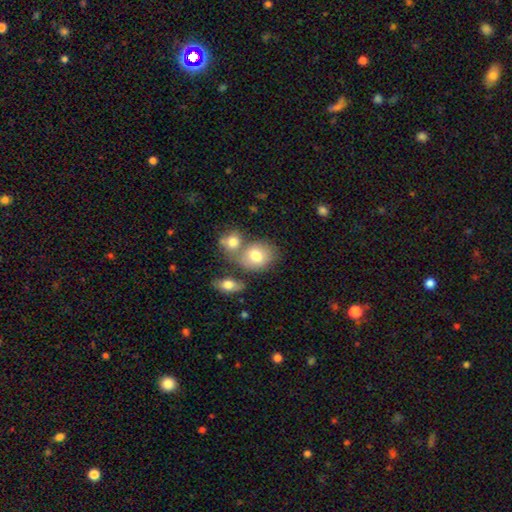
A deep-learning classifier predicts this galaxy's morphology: smooth 76%, featured or disk 15%, star or artifact 8%. Down the decision tree: how rounded — in between (55%); merging — none (44%).